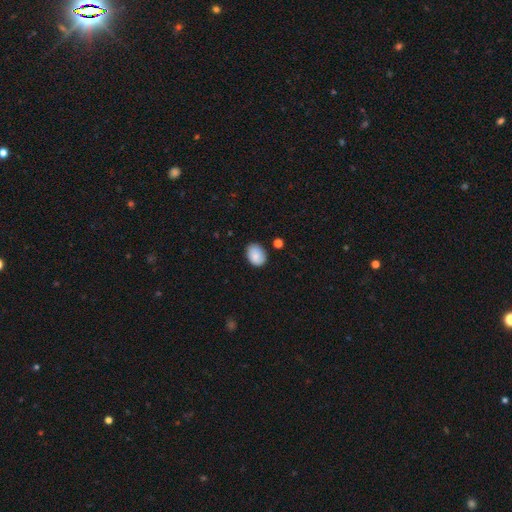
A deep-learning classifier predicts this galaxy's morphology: Overall: smooth (84%). How rounded: in between (70%). Merging: none (77%).